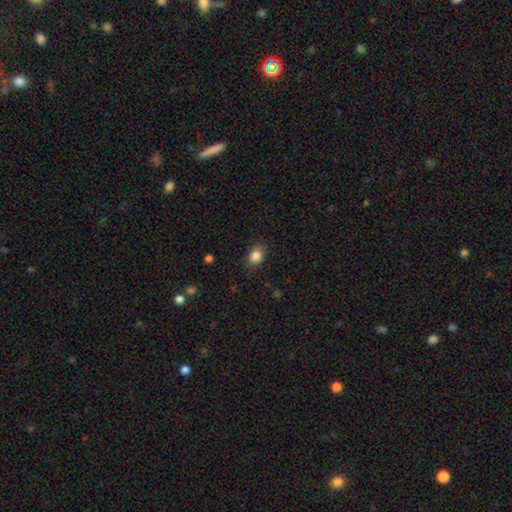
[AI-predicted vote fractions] smooth-or-featured: smooth: 85% | star or artifact: 9% | featured or disk: 6%
  how-rounded: in between: 67% | round: 32% | cigar-shaped: 1%
  merging: none: 84% | minor disturbance: 12% | major disturbance: 3% | merger: 1%